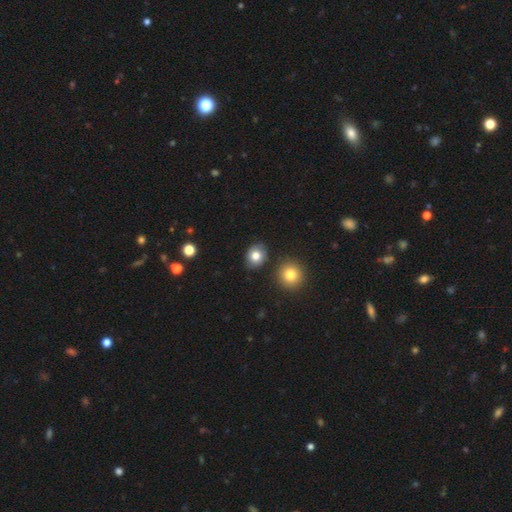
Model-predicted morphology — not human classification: This appears to be a smooth galaxy with no disk features (80%) that is round (54%). Merging: none (85%).